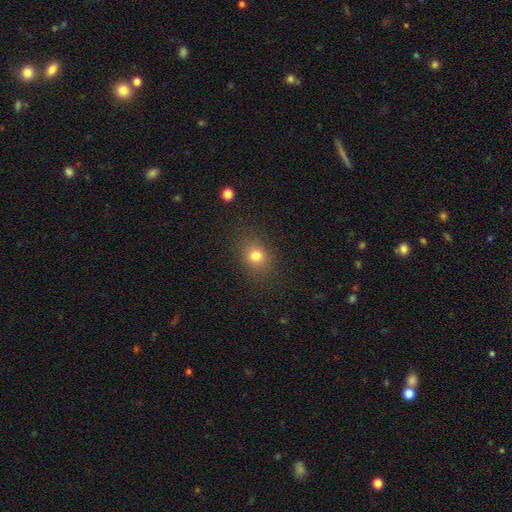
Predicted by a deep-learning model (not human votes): A smooth galaxy with no disk features (77%) that is round (58%).

Vote fractions:
- Smooth or featured? smooth: 77% / star or artifact: 15% / featured or disk: 9%
- How rounded? round: 58% / in between: 41% / cigar-shaped: 1%
- Merging? none: 85% / minor disturbance: 10% / major disturbance: 4% / merger: 1%